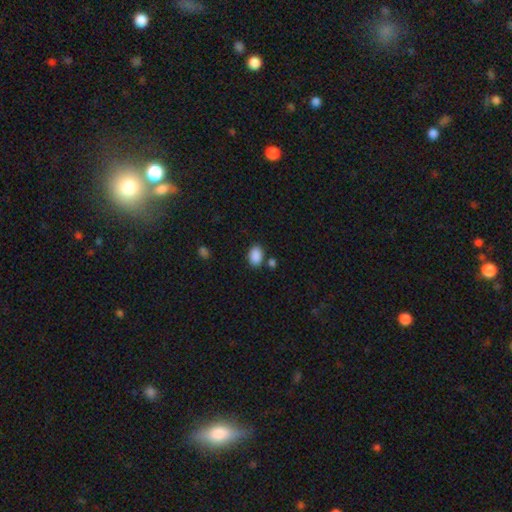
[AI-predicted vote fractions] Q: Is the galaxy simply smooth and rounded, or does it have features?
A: smooth — 89%.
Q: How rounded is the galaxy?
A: in between — 83%.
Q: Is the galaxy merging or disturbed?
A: none — 77%.